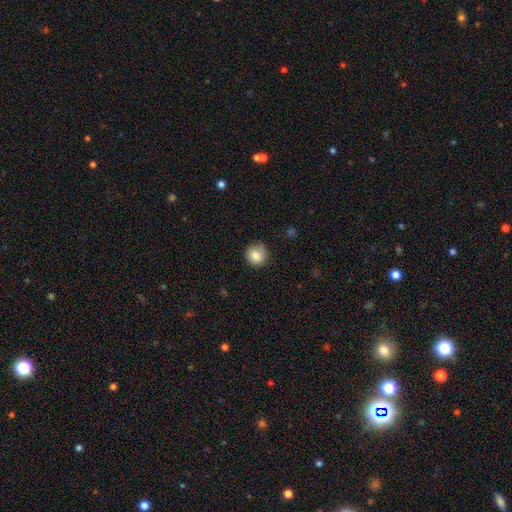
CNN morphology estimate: This is clearly a smooth galaxy (84%). How rounded: clearly round (94%). Merging: clearly none (86%).